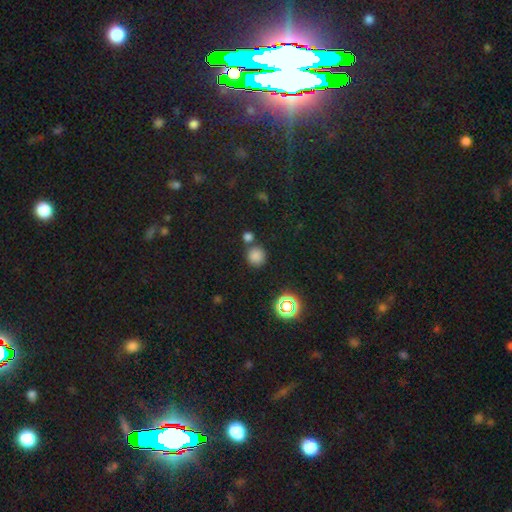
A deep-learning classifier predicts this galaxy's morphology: The model was most divided on "merging": none: 72%, merger: 16%, minor disturbance: 9%, major disturbance: 3%. More confident: how rounded — round (92%); smooth or featured — smooth (79%).